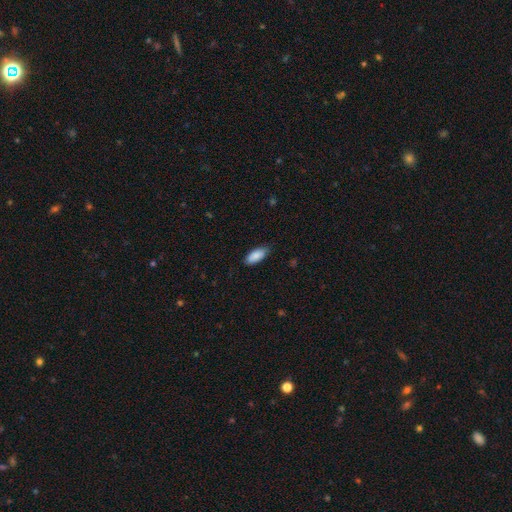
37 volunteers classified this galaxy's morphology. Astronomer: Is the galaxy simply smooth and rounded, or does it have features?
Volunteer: smooth — 89%.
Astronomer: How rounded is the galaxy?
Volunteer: in between — 94%.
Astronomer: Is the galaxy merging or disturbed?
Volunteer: none — 70%.